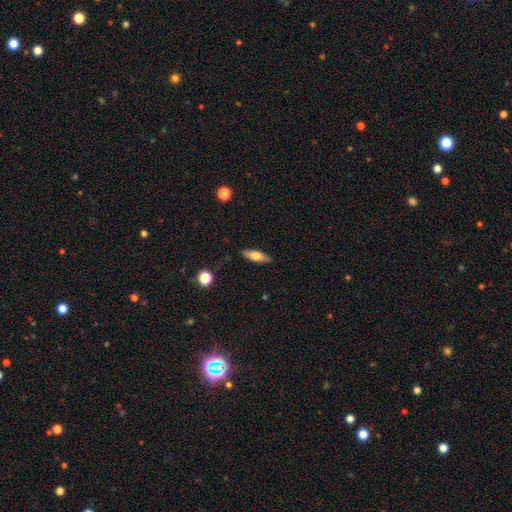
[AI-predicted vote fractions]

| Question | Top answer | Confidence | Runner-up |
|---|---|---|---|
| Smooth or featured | smooth | 69% | featured or disk (24%) |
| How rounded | in between | 55% | cigar-shaped (42%) |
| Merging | none | 85% | minor disturbance (11%) |